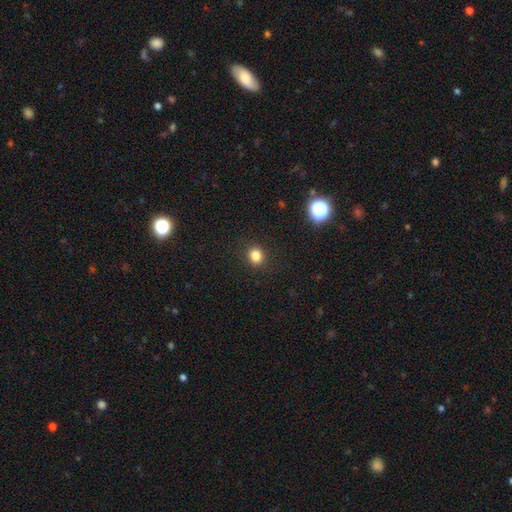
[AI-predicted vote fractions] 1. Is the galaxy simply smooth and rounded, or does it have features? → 83% smooth, 13% star or artifact, 4% featured or disk.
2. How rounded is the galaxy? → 72% round, 27% in between, 1% cigar-shaped.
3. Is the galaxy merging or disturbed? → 89% none, 7% minor disturbance, 2% major disturbance, 1% merger.